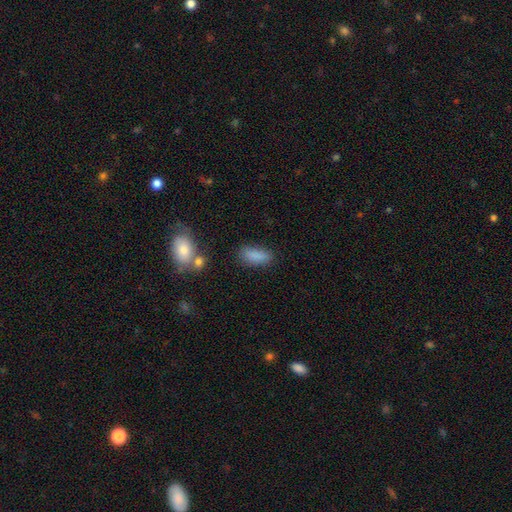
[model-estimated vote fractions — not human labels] Smooth or featured?
  - smooth: 86% *
  - star or artifact: 9%
  - featured or disk: 6%
How rounded?
  - in between: 77% *
  - cigar-shaped: 20%
  - round: 3%
Merging?
  - none: 76% *
  - minor disturbance: 15%
  - major disturbance: 5%
  - merger: 4%